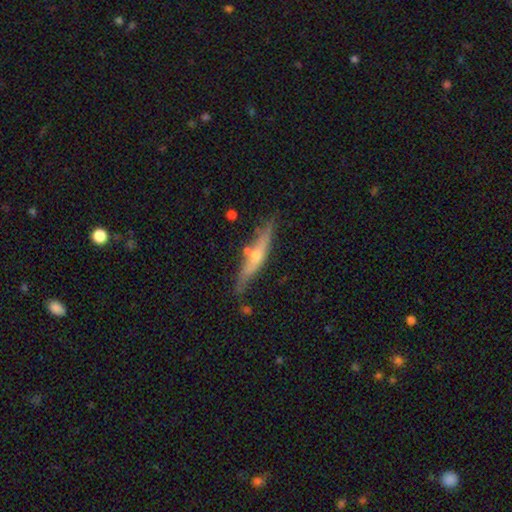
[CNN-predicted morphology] Smooth or featured? featured or disk (60%)
Edge-on disk? yes (91%)
Edge-on bulge? rounded (78%)
Merging? none (76%)